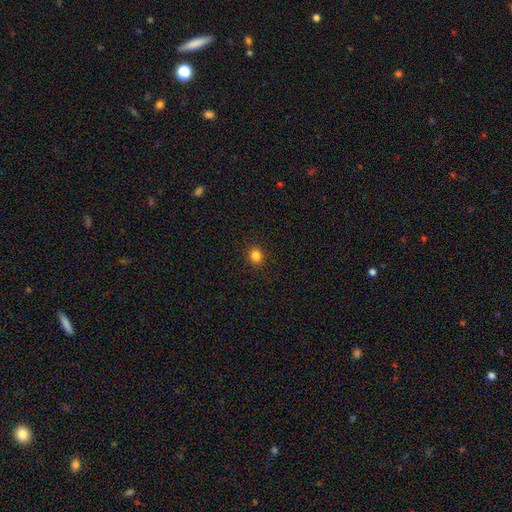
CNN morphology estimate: Smooth or featured?
  - smooth: 84% *
  - star or artifact: 13%
  - featured or disk: 4%
How rounded?
  - round: 80% *
  - in between: 19%
  - cigar-shaped: 1%
Merging?
  - none: 91% *
  - minor disturbance: 6%
  - major disturbance: 2%
  - merger: 1%